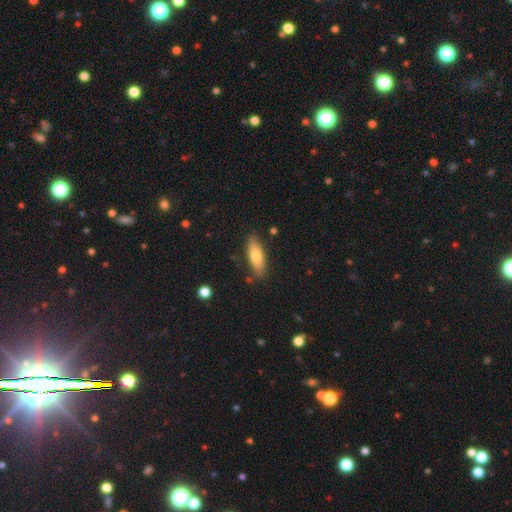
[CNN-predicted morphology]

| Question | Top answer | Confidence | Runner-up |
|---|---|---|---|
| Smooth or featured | smooth | 73% | featured or disk (21%) |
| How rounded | in between | 59% | cigar-shaped (39%) |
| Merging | none | 83% | minor disturbance (12%) |